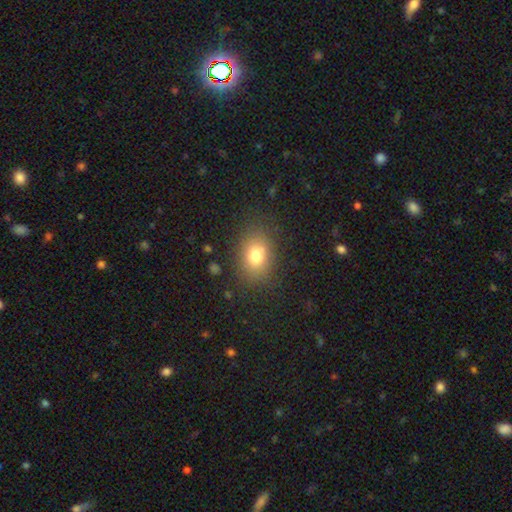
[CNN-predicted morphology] Smooth or featured? smooth (77%)
How rounded? in between (63%)
Merging? none (81%)